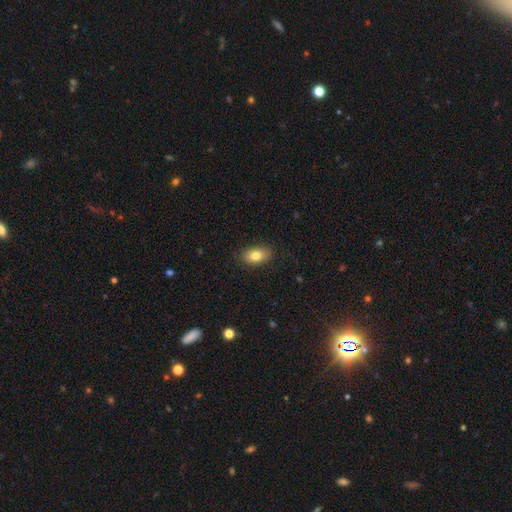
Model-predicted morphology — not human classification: Smooth or featured: smooth — 80% (featured or disk — 12%)
How rounded: in between — 88% (round — 10%)
Merging: none — 87% (minor disturbance — 10%)